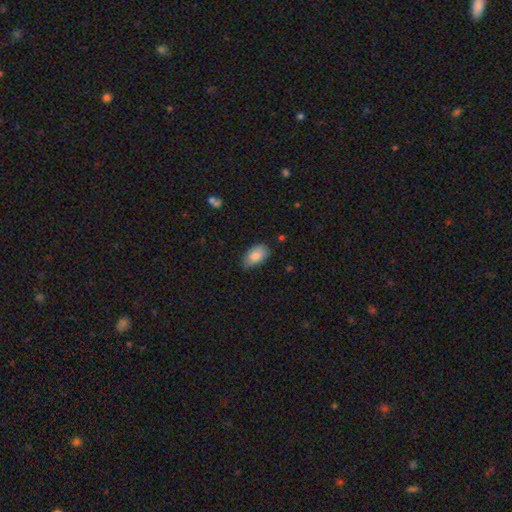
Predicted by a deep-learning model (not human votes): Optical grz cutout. It shows a smooth galaxy with no disk features (86%) that is in between round and cigar-shaped (94%). Merging: none (77%).